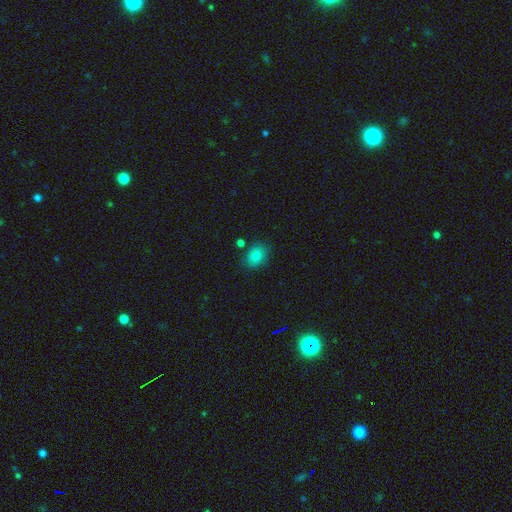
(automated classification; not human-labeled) This appears to be a smooth galaxy with no disk features (84%) that is in between round and cigar-shaped (65%). Merging: none (77%).